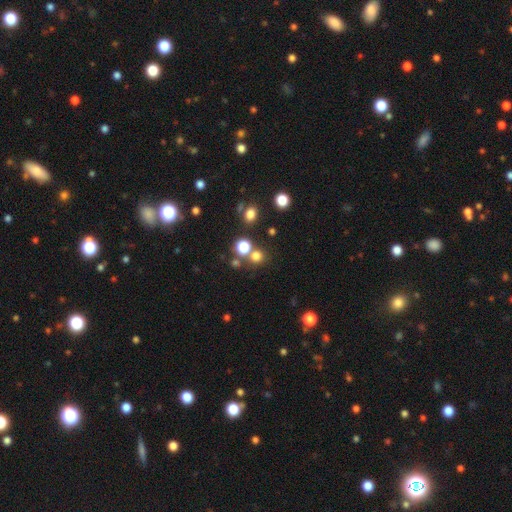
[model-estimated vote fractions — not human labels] Smooth or featured: smooth — 72% (star or artifact — 22%)
How rounded: round — 88% (in between — 11%)
Merging: none — 70% (merger — 19%)